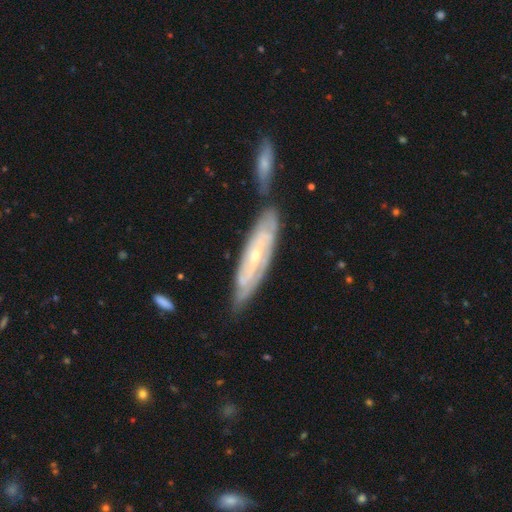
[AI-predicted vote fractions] The model was most divided on "bar": no: 54%, weak: 33%, strong: 13%. More confident: spiral arms — yes (89%); smooth or featured — featured or disk (79%); edge-on disk — no (78%); bulge size — small (71%); spiral winding — tight (70%); merging — none (67%); spiral arm count — can't tell (52%).